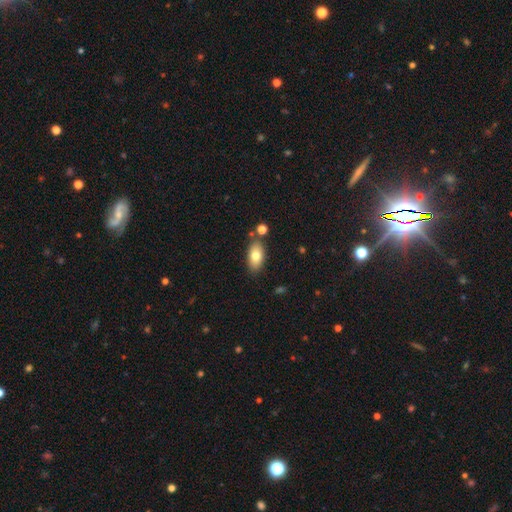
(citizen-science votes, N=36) Morphology: type=smooth (83%); roundness=in between (87%); merging=none (77%).